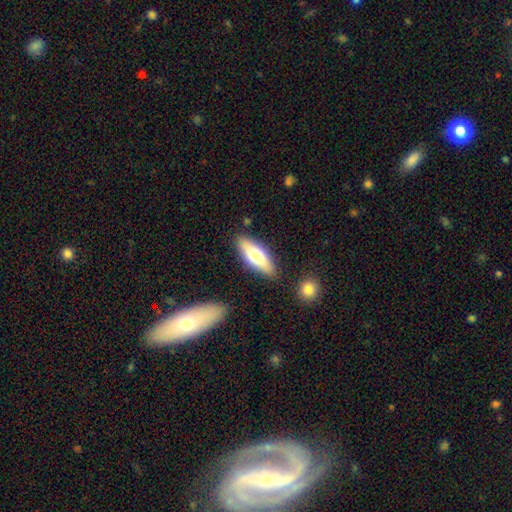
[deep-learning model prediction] smooth 65%, featured or disk 29%, star or artifact 6%. Down the decision tree: how rounded — in between (65%); merging — none (84%).